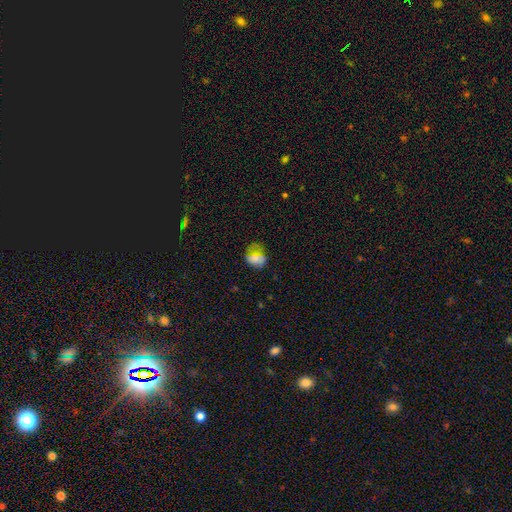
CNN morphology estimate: Q: Smooth or featured?
A: smooth (66%); runner-up: featured or disk (22%)
Q: How rounded?
A: in between (53%); runner-up: round (46%)
Q: Merging?
A: none (44%); runner-up: minor disturbance (29%)